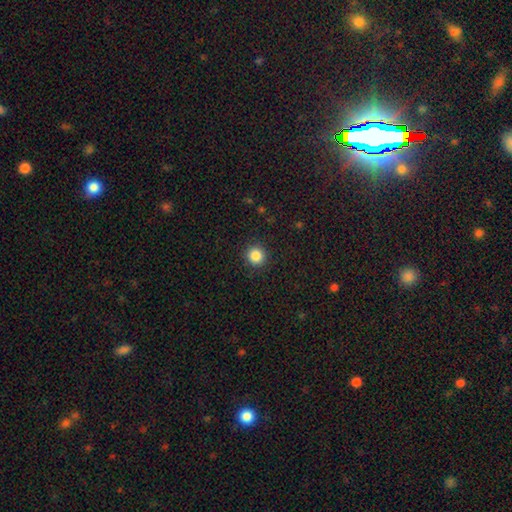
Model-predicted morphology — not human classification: Q: Smooth or featured?
A: smooth (86%); runner-up: star or artifact (11%)
Q: How rounded?
A: round (95%); runner-up: in between (4%)
Q: Merging?
A: none (92%); runner-up: minor disturbance (5%)